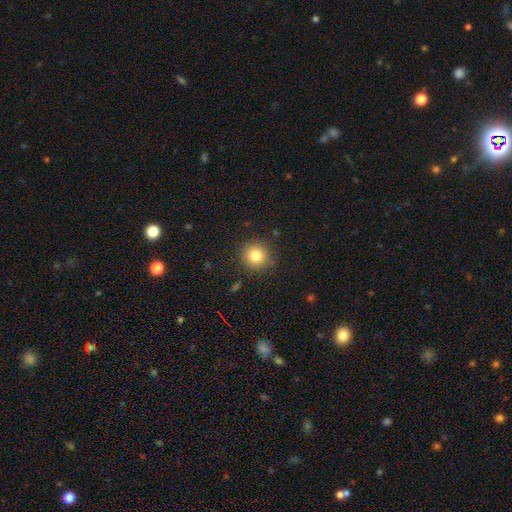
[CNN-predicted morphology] smooth 81%, star or artifact 12%, featured or disk 7%. Down the decision tree: how rounded — round (93%); merging — none (88%).